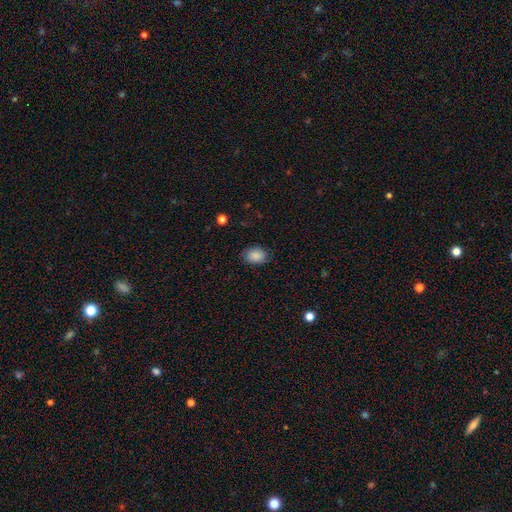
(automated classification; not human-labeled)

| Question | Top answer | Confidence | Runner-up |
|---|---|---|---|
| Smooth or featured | smooth | 86% | star or artifact (8%) |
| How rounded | in between | 68% | round (31%) |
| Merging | none | 81% | minor disturbance (15%) |